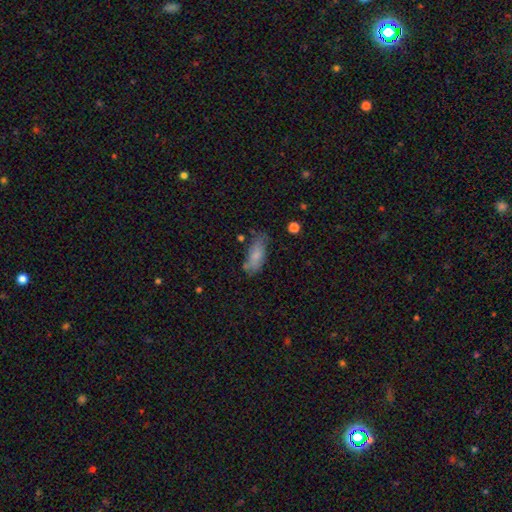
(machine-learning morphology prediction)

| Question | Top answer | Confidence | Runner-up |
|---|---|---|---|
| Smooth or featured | smooth | 76% | featured or disk (17%) |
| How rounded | in between | 78% | cigar-shaped (20%) |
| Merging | none | 58% | minor disturbance (28%) |